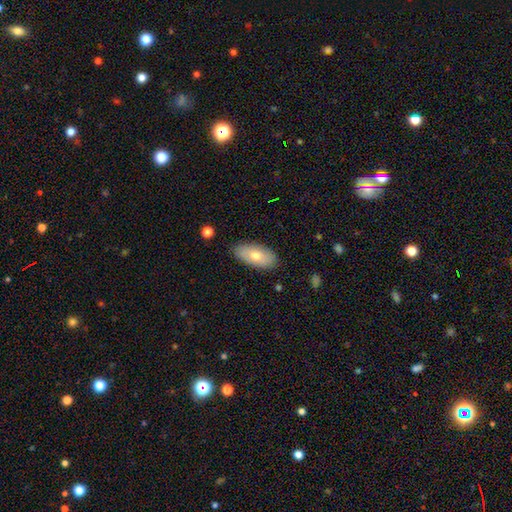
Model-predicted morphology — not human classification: Q: Smooth or featured?
A: smooth (71%); runner-up: featured or disk (22%)
Q: How rounded?
A: in between (91%); runner-up: cigar-shaped (6%)
Q: Merging?
A: none (86%); runner-up: minor disturbance (11%)